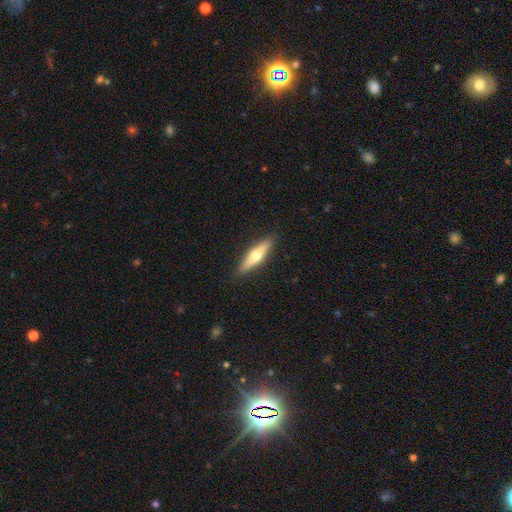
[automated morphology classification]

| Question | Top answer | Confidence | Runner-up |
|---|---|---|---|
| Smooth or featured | featured or disk | 48% | smooth (47%) |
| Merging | none | 90% | minor disturbance (8%) |